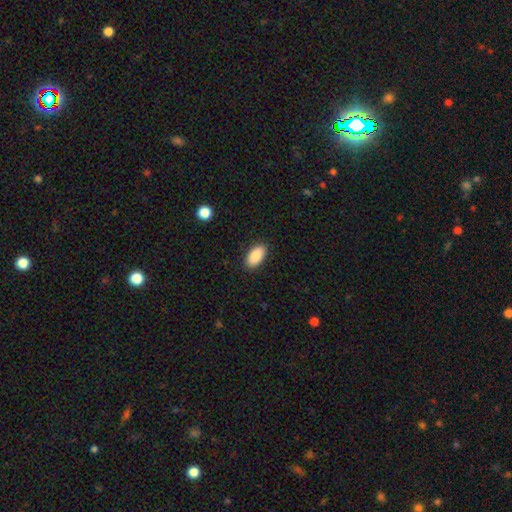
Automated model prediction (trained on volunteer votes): The model was most divided on "merging": none: 89%, minor disturbance: 8%, major disturbance: 2%, merger: 1%. More confident: how rounded — in between (94%); smooth or featured — smooth (89%).